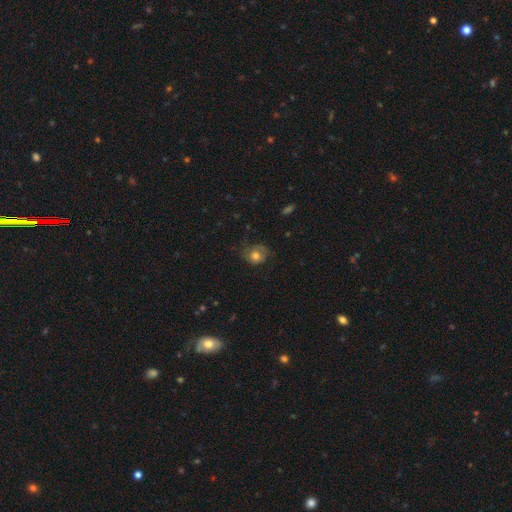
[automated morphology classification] This is likely a smooth galaxy (61%). How rounded: likely round (67%). Merging: possibly none (53%).